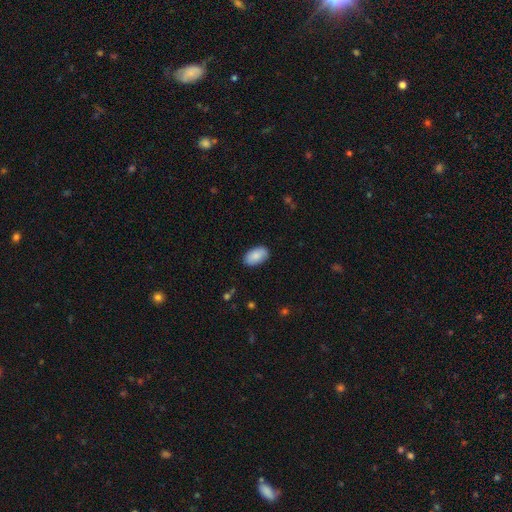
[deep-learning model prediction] A smooth galaxy with no disk features (88%) that is in between round and cigar-shaped (95%).

Vote fractions:
- Smooth or featured? smooth: 88% / star or artifact: 6% / featured or disk: 6%
- How rounded? in between: 95% / round: 4% / cigar-shaped: 2%
- Merging? none: 88% / minor disturbance: 9% / major disturbance: 2% / merger: 1%